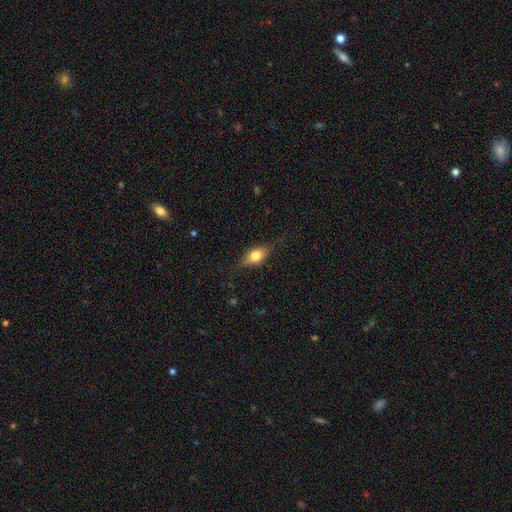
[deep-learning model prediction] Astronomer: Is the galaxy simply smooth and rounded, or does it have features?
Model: smooth — 57% (runner-up: featured or disk, 34%).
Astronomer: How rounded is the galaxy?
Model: in between — 74%.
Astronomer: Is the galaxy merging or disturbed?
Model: none — 77%.